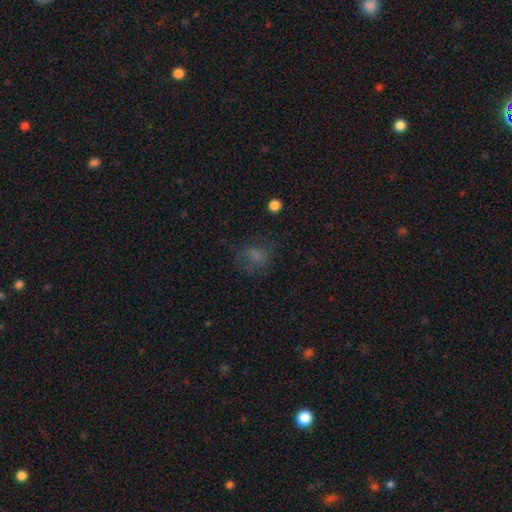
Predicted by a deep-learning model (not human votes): A smooth galaxy with no disk features (61%) that is round (51%).

Vote fractions:
- Smooth or featured? smooth: 61% / featured or disk: 20% / star or artifact: 19%
- How rounded? round: 51% / in between: 47% / cigar-shaped: 2%
- Merging? none: 56% / major disturbance: 21% / minor disturbance: 21% / merger: 2%